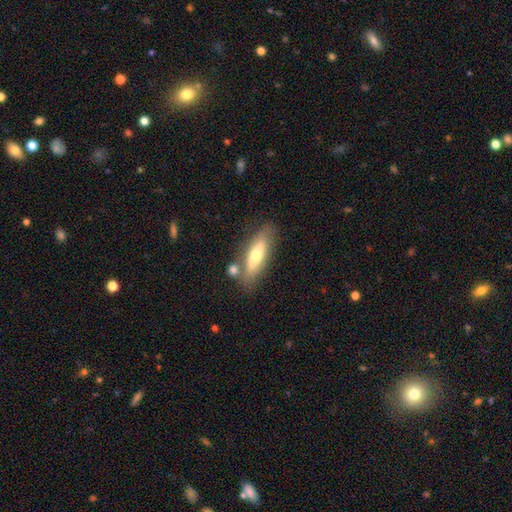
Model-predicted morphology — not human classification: type=smooth (53%); roundness=in between (49%); merging=none (68%).